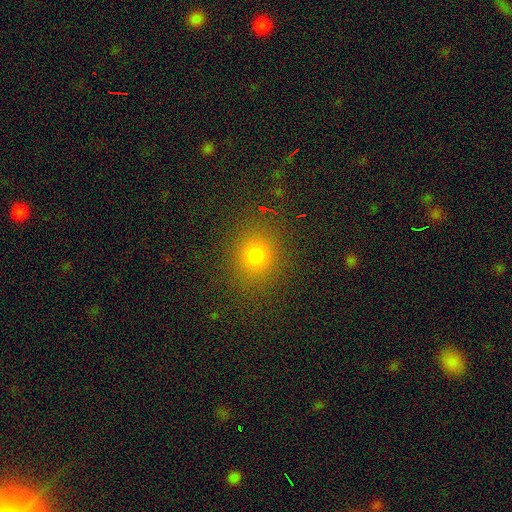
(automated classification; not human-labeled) This is likely a smooth galaxy (75%). How rounded: likely round (76%). Merging: clearly none (87%).